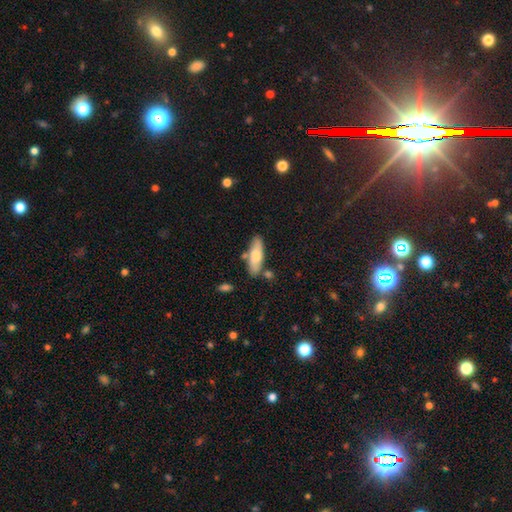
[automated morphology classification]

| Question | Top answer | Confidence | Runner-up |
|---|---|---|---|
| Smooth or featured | smooth | 67% | featured or disk (27%) |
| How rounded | in between | 56% | cigar-shaped (42%) |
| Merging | none | 75% | minor disturbance (14%) |